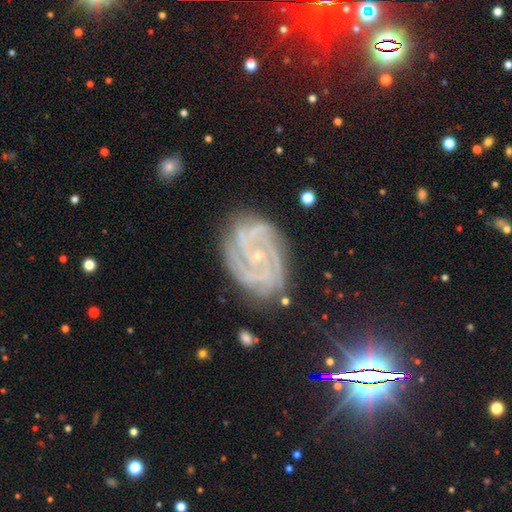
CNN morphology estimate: type=featured or disk (85%); edge-on=no (97%); bar=no (68%); spiral arms=yes (98%); winding=tight (68%); arm count=3 (28%); bulge=small (83%); merging=none (77%).